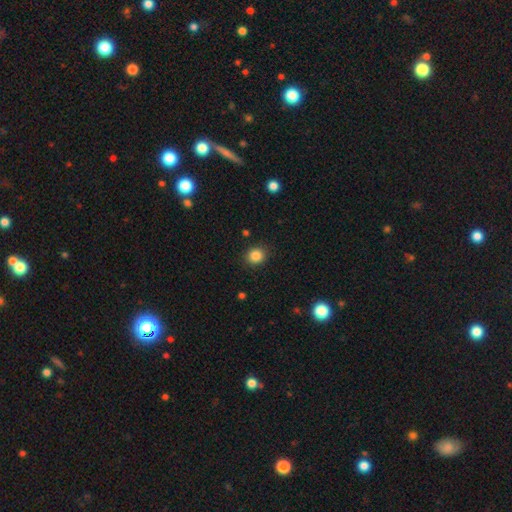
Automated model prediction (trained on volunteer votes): Overall: smooth (85%). How rounded: round (81%). Merging: none (89%).